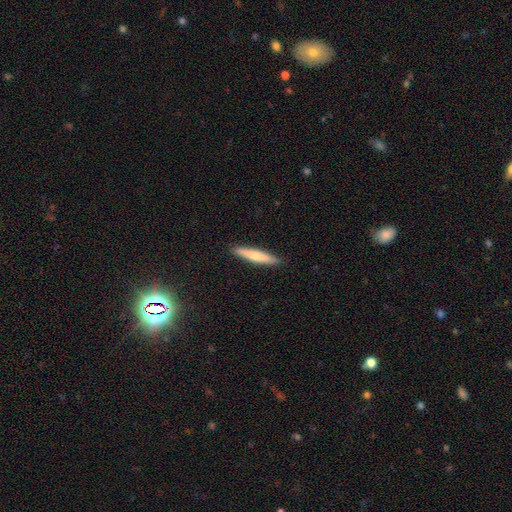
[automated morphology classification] Q: Smooth or featured?
A: smooth (65%); runner-up: featured or disk (30%)
Q: How rounded?
A: cigar-shaped (92%); runner-up: in between (7%)
Q: Merging?
A: none (91%); runner-up: minor disturbance (7%)